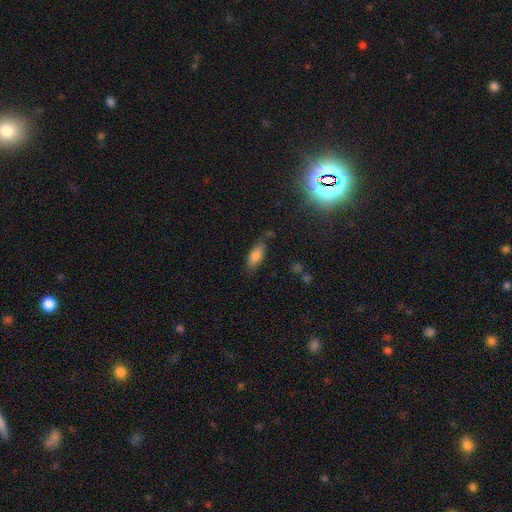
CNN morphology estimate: Smooth or featured? smooth (79%)
How rounded? in between (77%)
Merging? none (77%)